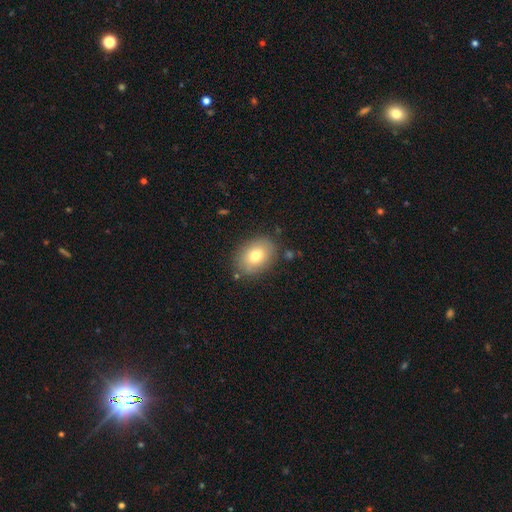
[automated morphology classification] Q: Smooth or featured?
A: smooth (77%); runner-up: featured or disk (15%)
Q: How rounded?
A: in between (74%); runner-up: round (25%)
Q: Merging?
A: none (83%); runner-up: minor disturbance (12%)